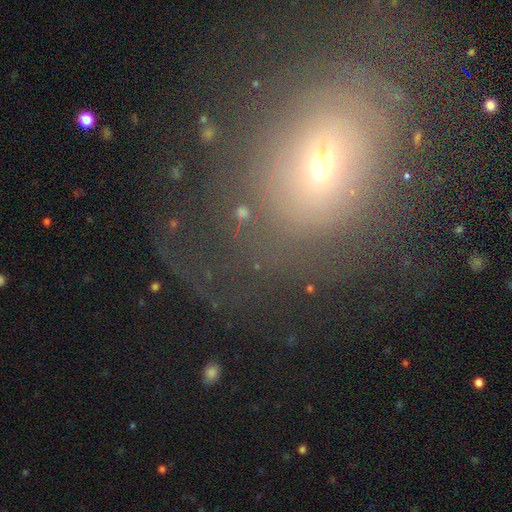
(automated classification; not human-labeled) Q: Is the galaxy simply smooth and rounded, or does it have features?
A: featured or disk — 46%.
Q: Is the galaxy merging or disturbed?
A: none — 62%.